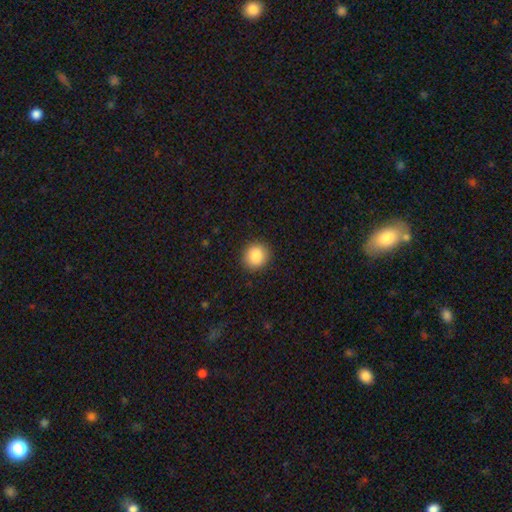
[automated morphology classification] smooth 87%, star or artifact 8%, featured or disk 5%. Down the decision tree: how rounded — round (84%); merging — none (91%).